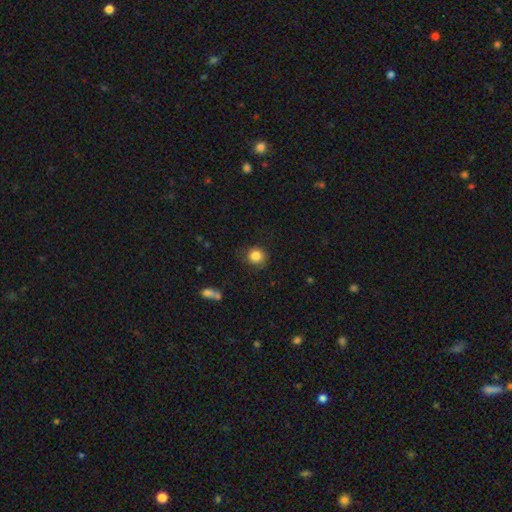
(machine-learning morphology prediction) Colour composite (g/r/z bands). It shows a smooth galaxy with no disk features (84%) that is round (86%). Merging: none (82%).